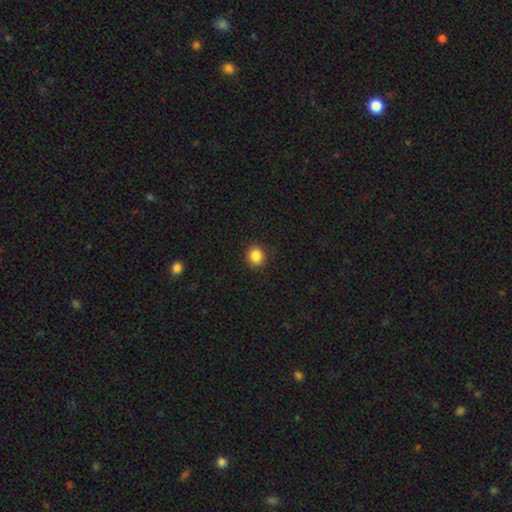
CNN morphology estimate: Q: Smooth or featured?
A: smooth (86%); runner-up: star or artifact (10%)
Q: How rounded?
A: round (88%); runner-up: in between (12%)
Q: Merging?
A: none (90%); runner-up: minor disturbance (7%)